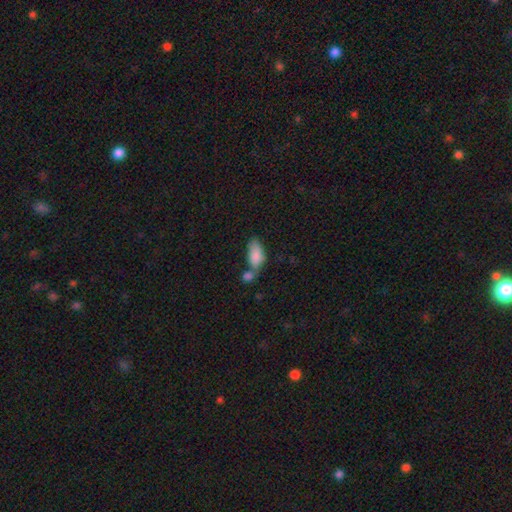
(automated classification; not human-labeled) smooth_or_featured: smooth (p=0.85) [alt: featured or disk p=0.08]
how_rounded: in between (p=0.90) [alt: cigar-shaped p=0.07]
merging: merger (p=0.44) [alt: none p=0.32]